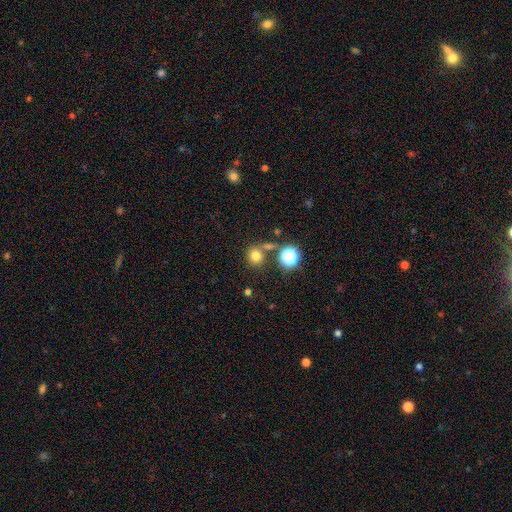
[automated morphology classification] smooth_or_featured: smooth (p=0.75) [alt: star or artifact p=0.18]
how_rounded: round (p=0.82) [alt: in between p=0.17]
merging: none (p=0.69) [alt: merger p=0.16]